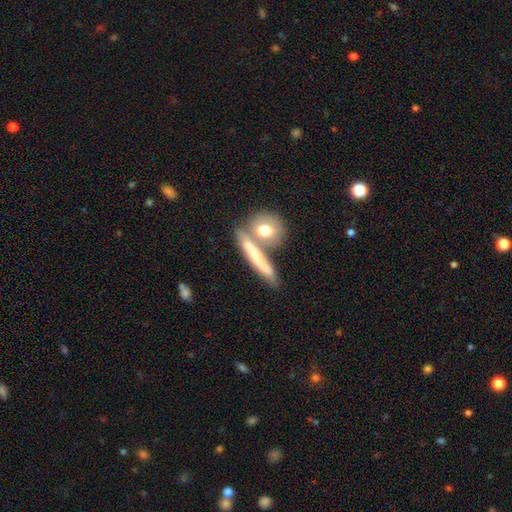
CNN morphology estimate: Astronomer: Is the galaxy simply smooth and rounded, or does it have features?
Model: smooth — 63%.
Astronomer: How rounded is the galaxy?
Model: cigar-shaped — 62%.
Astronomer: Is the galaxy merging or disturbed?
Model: none — 56%.